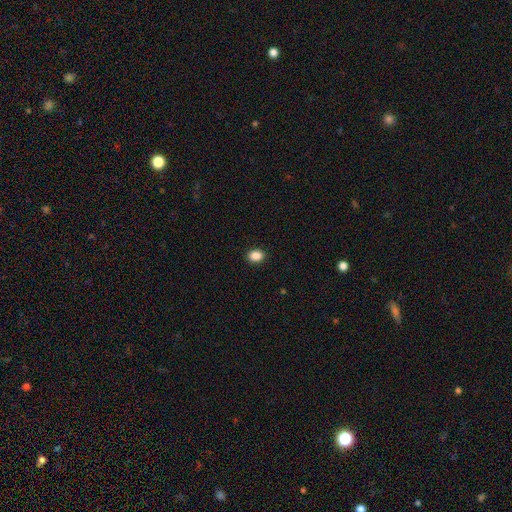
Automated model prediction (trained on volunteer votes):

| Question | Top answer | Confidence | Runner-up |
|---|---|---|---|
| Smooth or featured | smooth | 88% | star or artifact (9%) |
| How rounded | in between | 69% | round (30%) |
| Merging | none | 91% | minor disturbance (6%) |